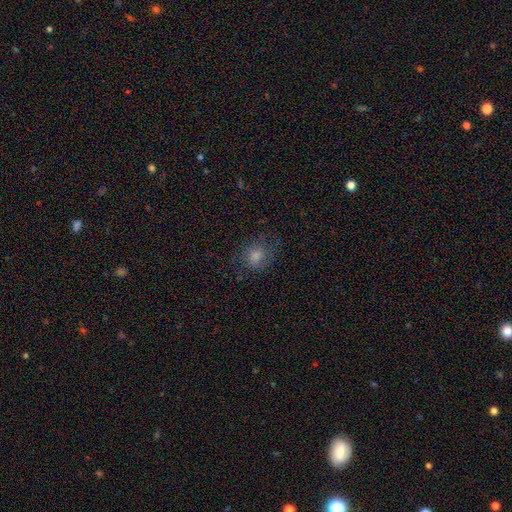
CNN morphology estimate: Smooth or featured? smooth (54%)
How rounded? round (58%)
Merging? none (70%)